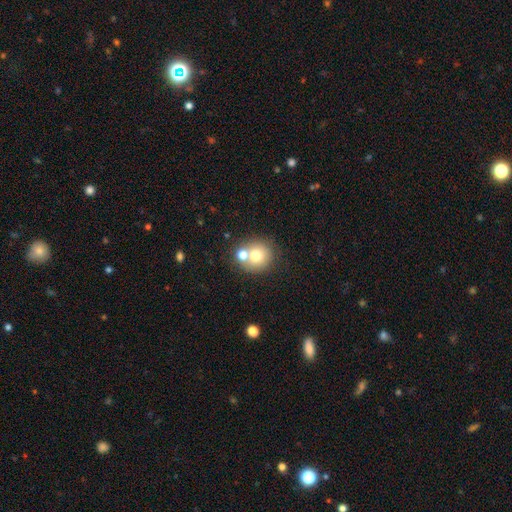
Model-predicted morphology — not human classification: type=smooth (71%); roundness=round (87%); merging=none (55%).